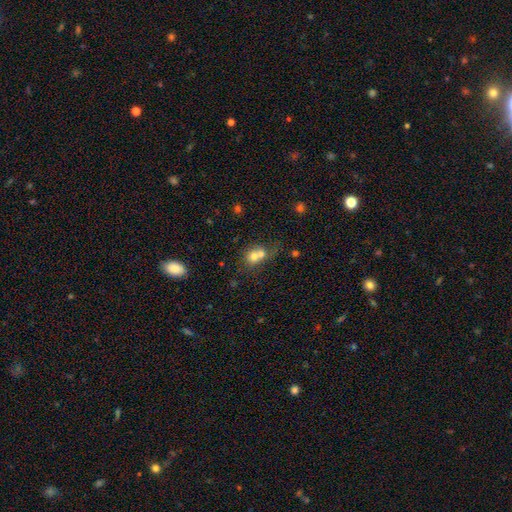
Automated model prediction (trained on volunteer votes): Morphology: type=smooth (69%); roundness=round (69%); merging=merger (67%).